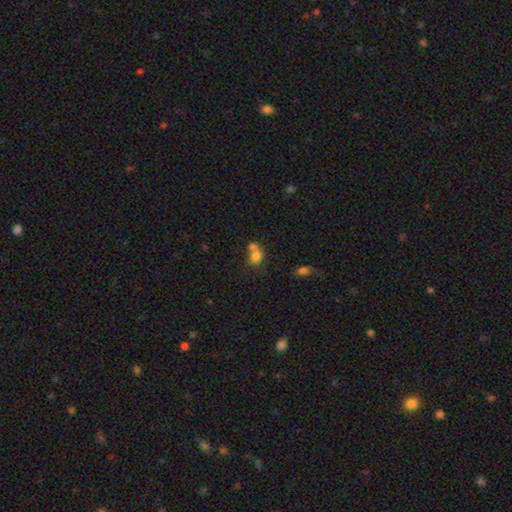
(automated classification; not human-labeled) Smooth or featured: smooth — 76% (featured or disk — 13%)
How rounded: round — 57% (in between — 41%)
Merging: merger — 57% (none — 28%)